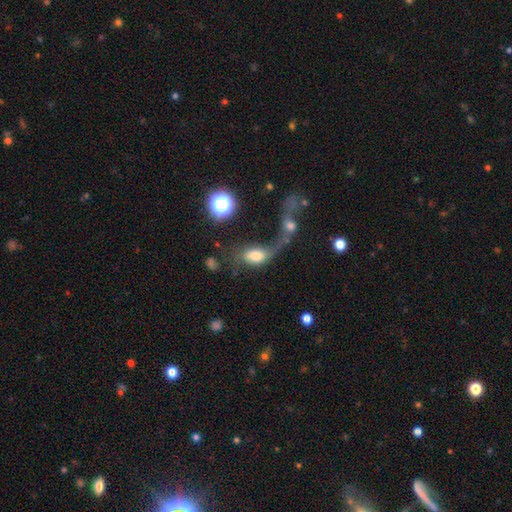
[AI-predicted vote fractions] This appears to be a smooth galaxy with no disk features (66%) that is in between round and cigar-shaped (84%). Merging: merger (57%).